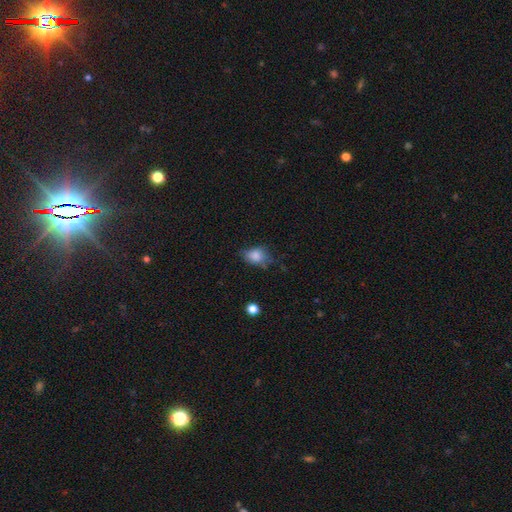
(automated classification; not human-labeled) This appears to be a smooth galaxy with no disk features (83%) that is in between round and cigar-shaped (70%). Merging: none (55%).